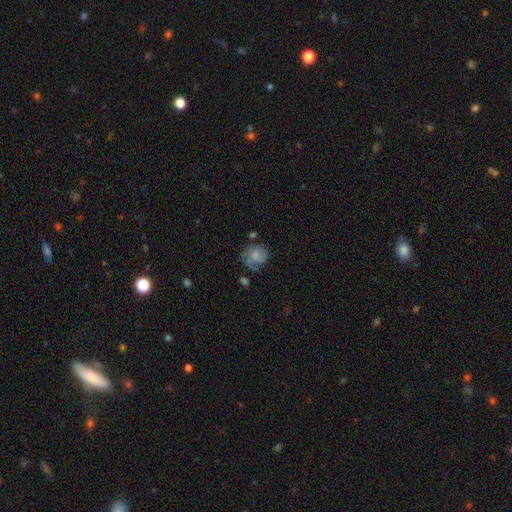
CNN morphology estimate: Smooth or featured? Predicted: featured or disk (p=0.49). Merging? Predicted: none (p=0.50).